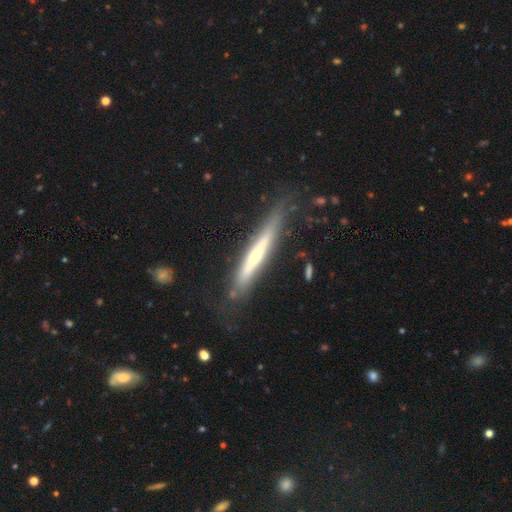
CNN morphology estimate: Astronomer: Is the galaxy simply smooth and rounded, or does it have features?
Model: featured or disk — 56% (runner-up: smooth, 39%).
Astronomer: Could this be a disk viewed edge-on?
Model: yes — 91%.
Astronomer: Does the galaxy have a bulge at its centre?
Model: none — 47% (runner-up: rounded, 40%).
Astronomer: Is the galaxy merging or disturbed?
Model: none — 72%.